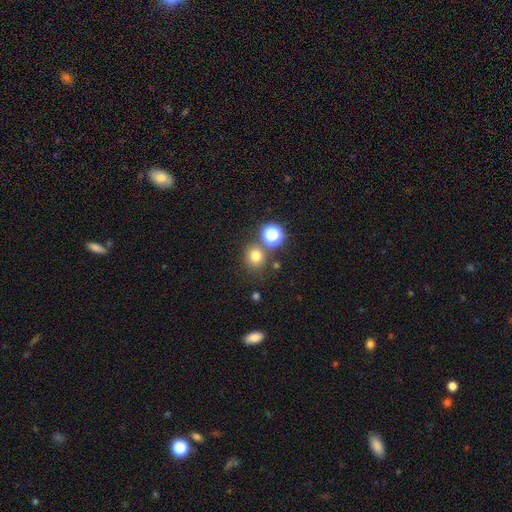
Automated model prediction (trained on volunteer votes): Q: Smooth or featured?
A: smooth (74%); runner-up: star or artifact (18%)
Q: How rounded?
A: round (83%); runner-up: in between (16%)
Q: Merging?
A: none (75%); runner-up: merger (12%)